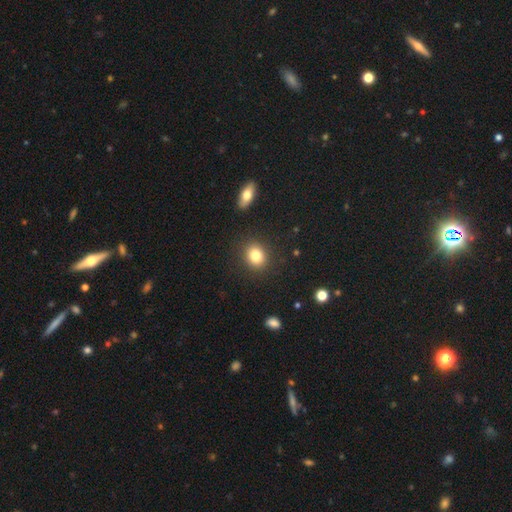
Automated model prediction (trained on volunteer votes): A smooth galaxy with no disk features (82%) that is round (61%). Merging: none (88%).